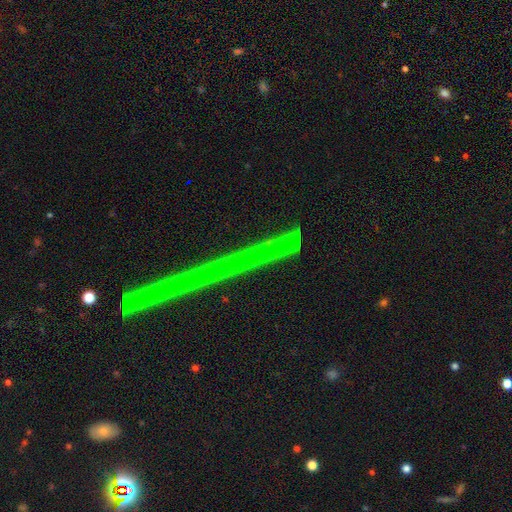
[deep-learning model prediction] Overall: featured or disk (44%; star or artifact 39%). Merging: none (91%).